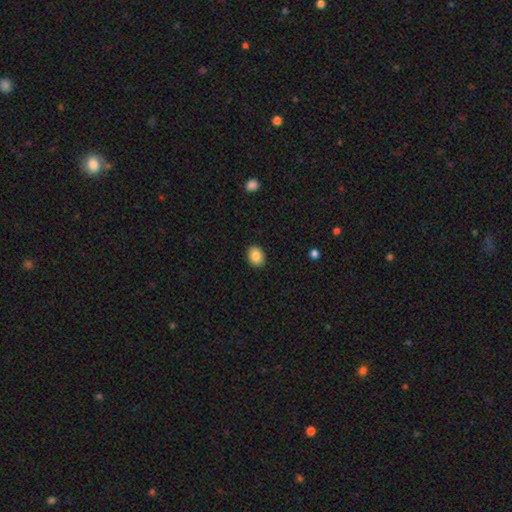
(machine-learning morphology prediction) This appears to be a smooth galaxy with no disk features (86%) that is in between round and cigar-shaped (68%). Merging: none (90%).